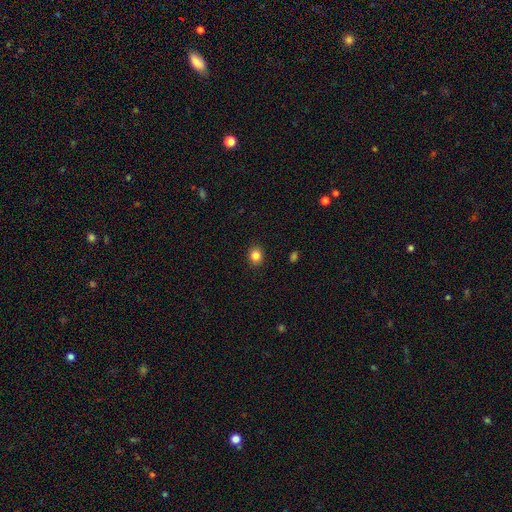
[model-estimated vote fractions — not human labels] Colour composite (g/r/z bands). It shows a smooth galaxy with no disk features (84%) that is round (73%). Merging: none (91%).